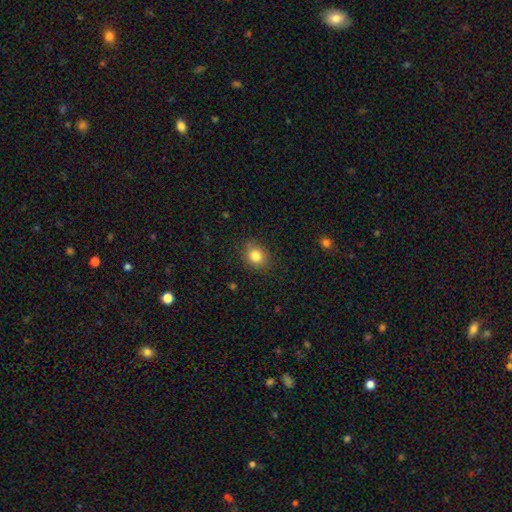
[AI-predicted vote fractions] Smooth or featured: smooth — 83% (star or artifact — 11%)
How rounded: round — 68% (in between — 31%)
Merging: none — 87% (minor disturbance — 10%)